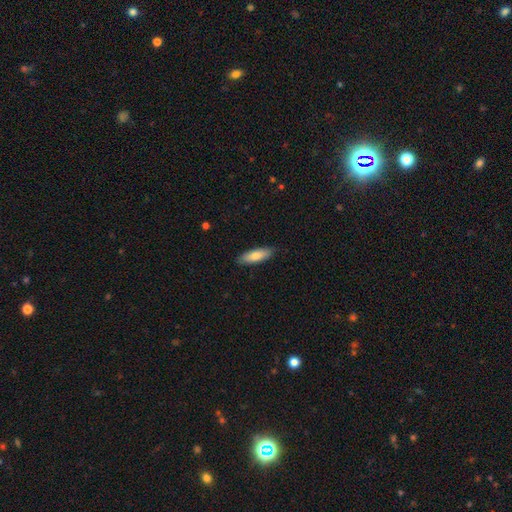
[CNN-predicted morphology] type=smooth (80%); roundness=in between (51%); merging=none (88%).